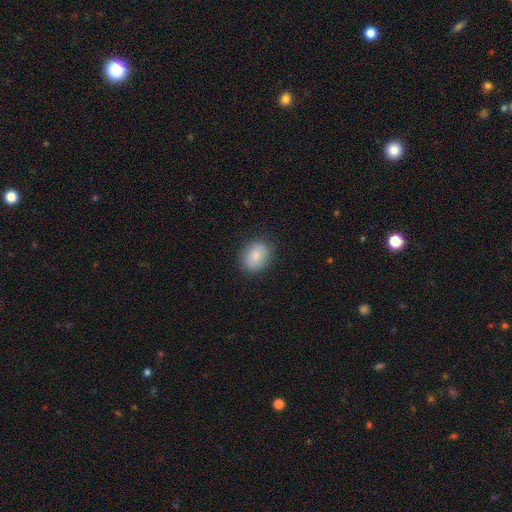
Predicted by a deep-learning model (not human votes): smooth_or_featured: smooth (p=0.84) [alt: featured or disk p=0.09]
how_rounded: in between (p=0.56) [alt: round p=0.43]
merging: none (p=0.84) [alt: minor disturbance p=0.11]